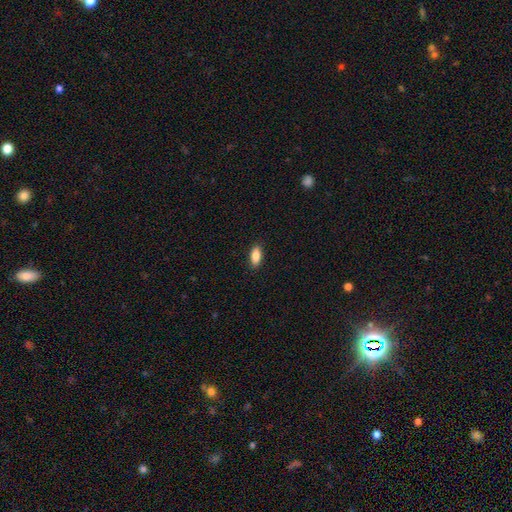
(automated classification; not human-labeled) Smooth or featured? Predicted: smooth (p=0.85). How rounded? Predicted: in between (p=0.85). Merging? Predicted: none (p=0.90).